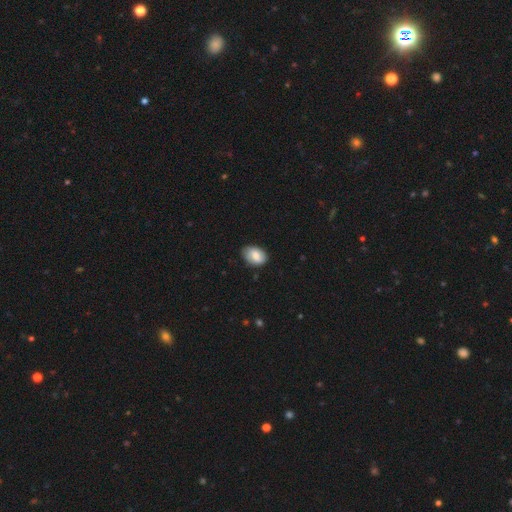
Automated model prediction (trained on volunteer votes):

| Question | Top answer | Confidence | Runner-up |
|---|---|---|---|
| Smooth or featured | smooth | 70% | featured or disk (23%) |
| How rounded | in between | 83% | round (16%) |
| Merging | none | 78% | minor disturbance (18%) |